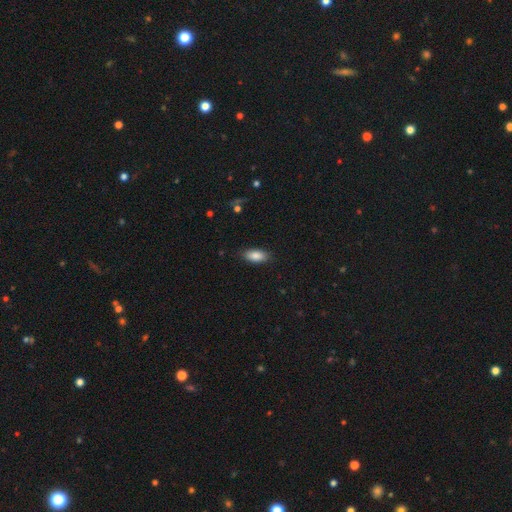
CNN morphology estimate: A smooth galaxy with no disk features (86%) that is in between round and cigar-shaped (89%). Merging: none (85%).